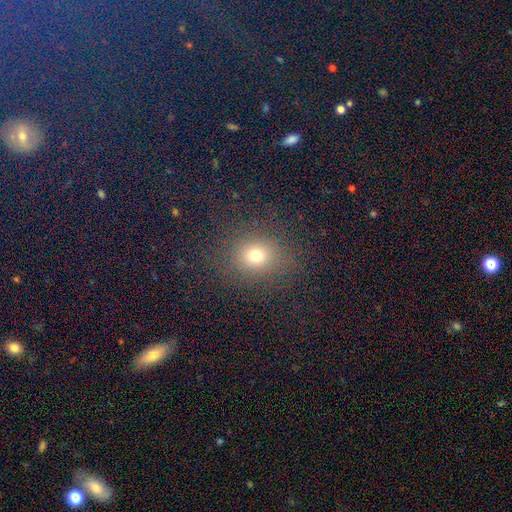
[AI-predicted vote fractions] Overall: smooth (62%; star or artifact 31%). How rounded: round (63%; in between 35%). Merging: none (89%).